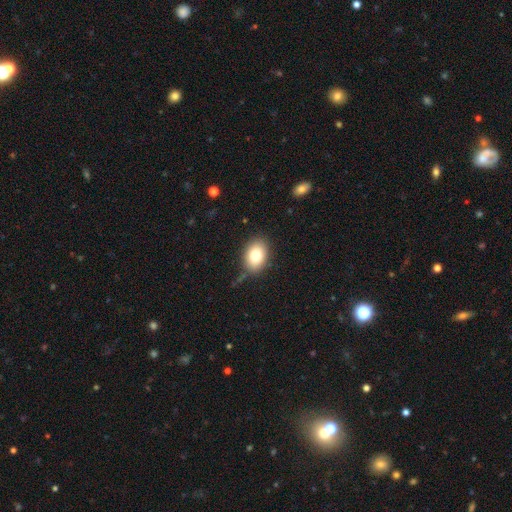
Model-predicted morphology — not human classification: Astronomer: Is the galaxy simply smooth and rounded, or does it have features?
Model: smooth — 80%.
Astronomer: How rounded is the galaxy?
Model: in between — 77%.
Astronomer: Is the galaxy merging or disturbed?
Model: none — 81%.